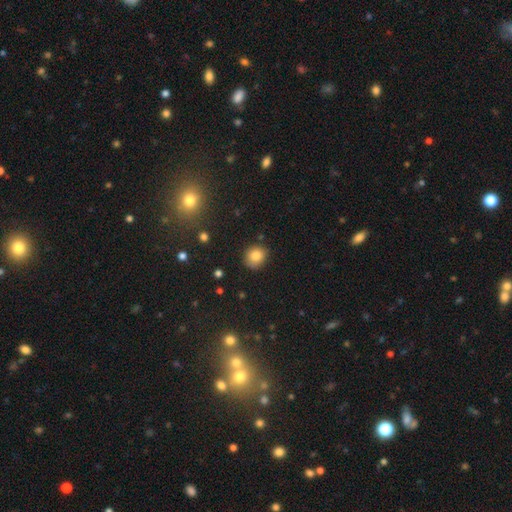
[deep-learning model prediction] A smooth galaxy with no disk features (83%) that is round (76%). Merging: none (79%).